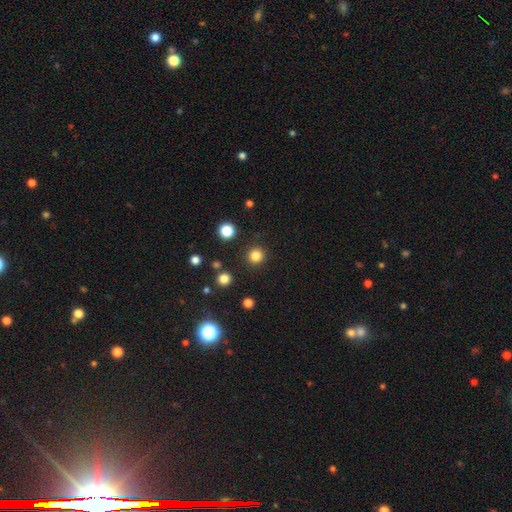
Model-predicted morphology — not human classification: Smooth or featured? smooth (82%)
How rounded? round (95%)
Merging? none (91%)